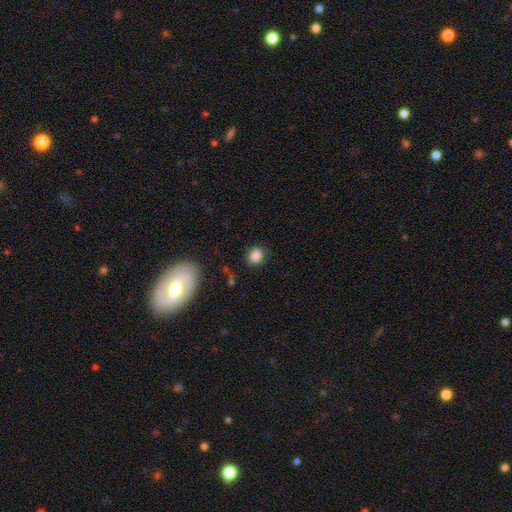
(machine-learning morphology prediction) Smooth or featured: smooth — 84% (star or artifact — 11%)
How rounded: round — 68% (in between — 30%)
Merging: none — 83% (minor disturbance — 12%)